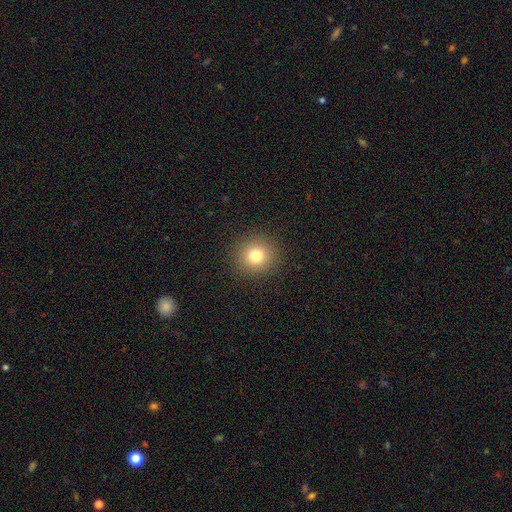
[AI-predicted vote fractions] smooth_or_featured: smooth (p=0.79) [alt: star or artifact p=0.13]
how_rounded: round (p=0.92) [alt: in between p=0.07]
merging: none (p=0.91) [alt: minor disturbance p=0.06]